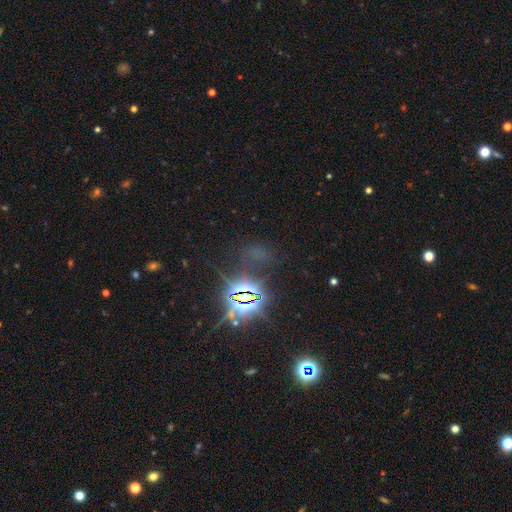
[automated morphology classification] smooth-or-featured: star or artifact: 79% | smooth: 12% | featured or disk: 9%